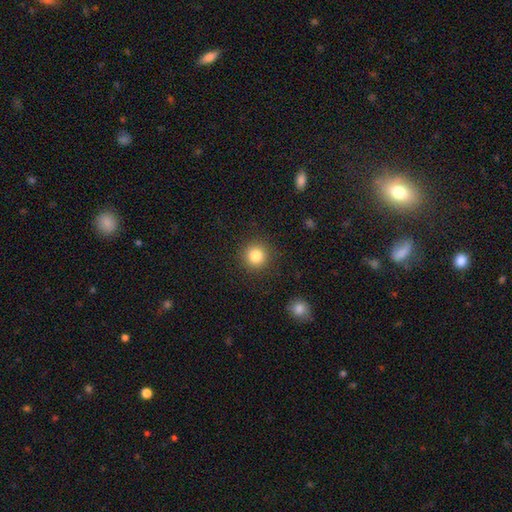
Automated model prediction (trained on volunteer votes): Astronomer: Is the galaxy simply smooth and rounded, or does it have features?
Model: smooth — 83%.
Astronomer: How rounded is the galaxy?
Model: round — 95%.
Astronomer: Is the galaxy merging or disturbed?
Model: none — 90%.